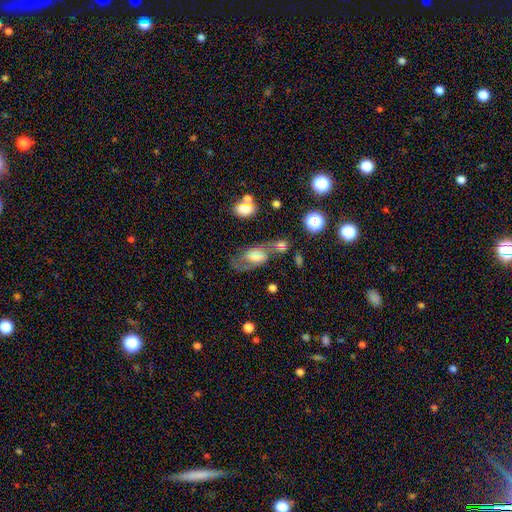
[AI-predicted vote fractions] A featured or disk galaxy (51%).

Vote fractions:
- Smooth or featured? featured or disk: 51% / smooth: 39% / star or artifact: 10%
- Edge-on disk? no: 90% / yes: 10%
- Merging? none: 41% / merger: 21% / minor disturbance: 20% / major disturbance: 18%